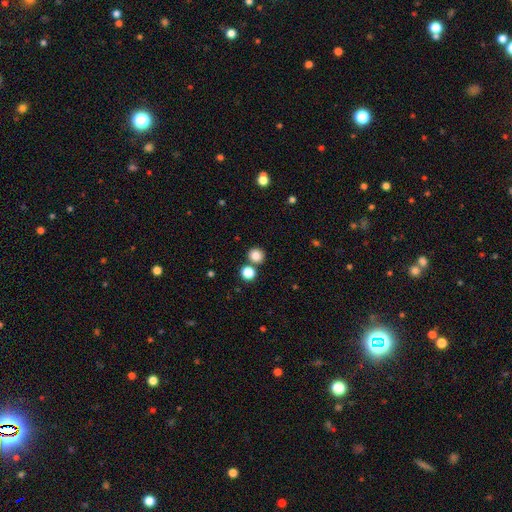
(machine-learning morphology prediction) This is clearly a smooth galaxy (84%). How rounded: clearly round (90%). Merging: likely none (77%).